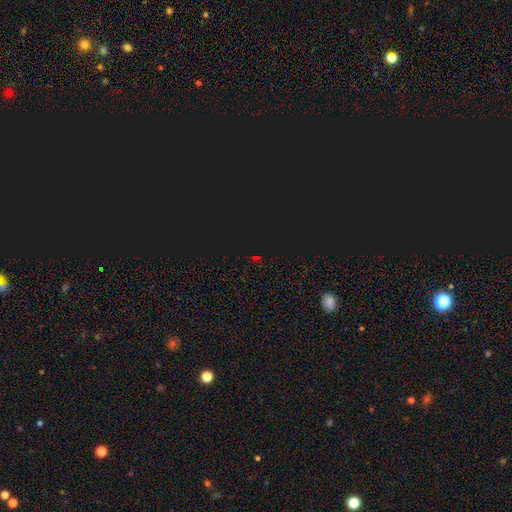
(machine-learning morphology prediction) This appears to be a star or artifact, not a galaxy (77%).